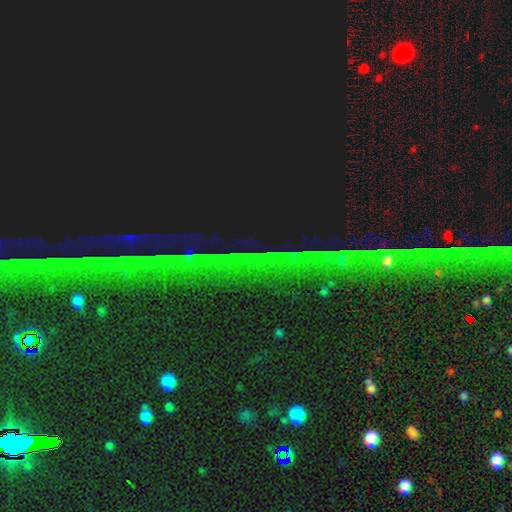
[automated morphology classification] Overall: star or artifact (88%).